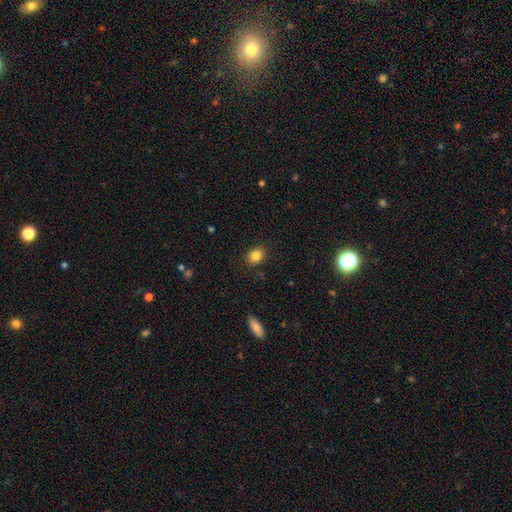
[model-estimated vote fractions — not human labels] This appears to be a smooth galaxy with no disk features (85%) that is in between round and cigar-shaped (50%). Merging: none (86%).